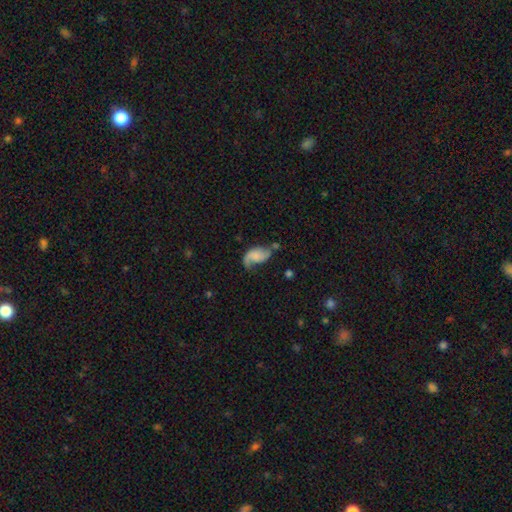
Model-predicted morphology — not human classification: smooth-or-featured: featured or disk: 64% | smooth: 28% | star or artifact: 8%
  disk-edge-on: no: 97% | yes: 3%
    bar: no: 62% | weak: 31% | strong: 7%
    has-spiral-arms: yes: 91% | no: 9%
      spiral-winding: loose: 65% | medium: 27% | tight: 8%
      spiral-arm-count: 2: 78% | 1: 16% | can't tell: 4% | 3: 1% | 4: 1% | more than 4: 1%
    bulge-size: none: 48% | small: 27% | moderate: 15% | large: 7% | dominant: 3%
  merging: none: 44% | minor disturbance: 28% | major disturbance: 20% | merger: 8%